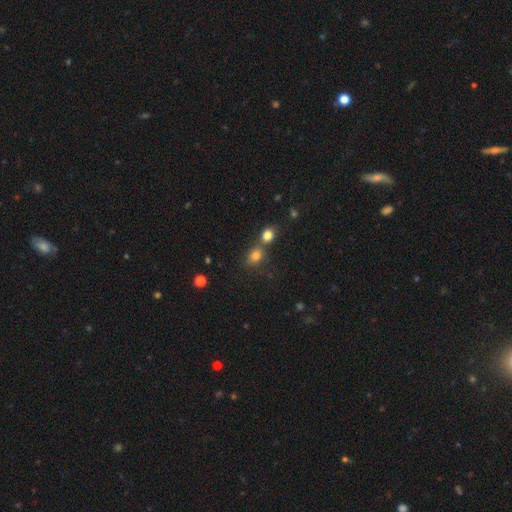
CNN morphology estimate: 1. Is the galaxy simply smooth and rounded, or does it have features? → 79% smooth, 13% star or artifact, 8% featured or disk.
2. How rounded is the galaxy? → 55% in between, 44% round, 2% cigar-shaped.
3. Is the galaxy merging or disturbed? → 45% none, 40% merger, 11% minor disturbance, 5% major disturbance.